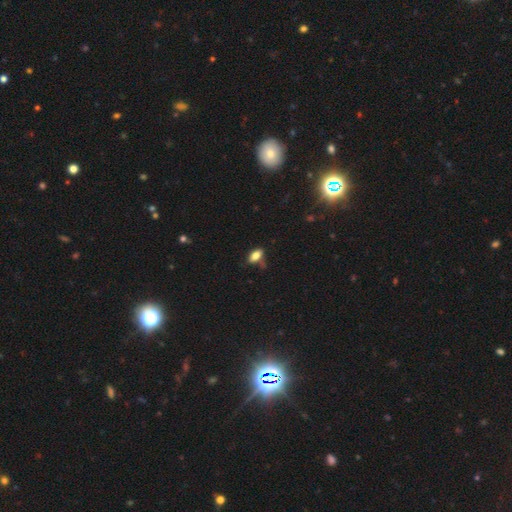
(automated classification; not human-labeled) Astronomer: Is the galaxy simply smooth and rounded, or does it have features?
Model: smooth — 81%.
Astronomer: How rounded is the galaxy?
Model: in between — 88%.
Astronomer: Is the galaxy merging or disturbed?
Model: none — 66%.